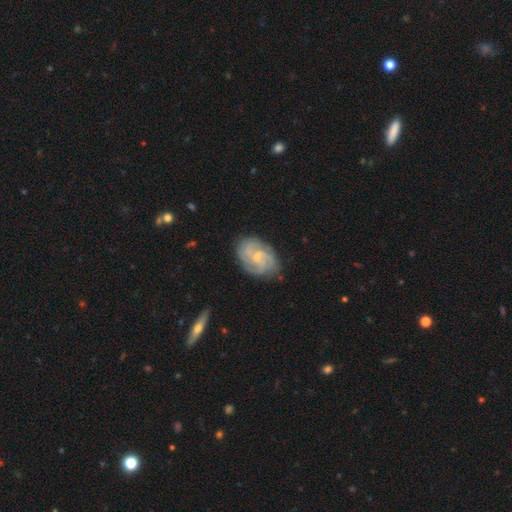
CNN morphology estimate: Smooth or featured: featured or disk — 82% (smooth — 12%)
Edge-on disk: no — 97% (yes — 3%)
Bar: no — 54% (weak — 40%)
Spiral arms: yes — 96% (no — 4%)
Spiral winding: tight — 55% (medium — 36%)
Spiral arm count: 2 — 27% (3 — 26%)
Bulge size: small — 67% (moderate — 25%)
Merging: none — 78% (minor disturbance — 17%)